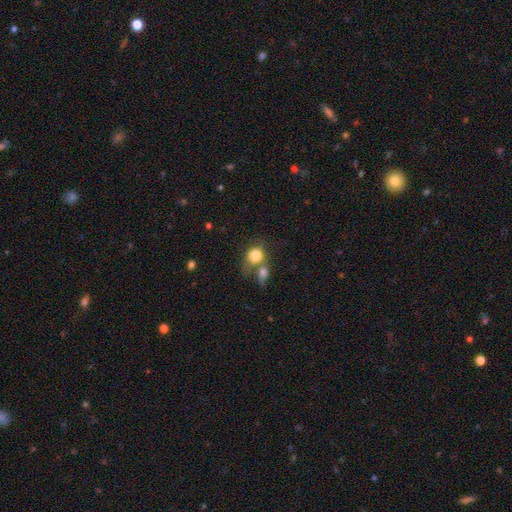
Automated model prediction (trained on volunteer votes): This appears to be a smooth galaxy with no disk features (81%) that is round (71%). Merging: merger (48%).